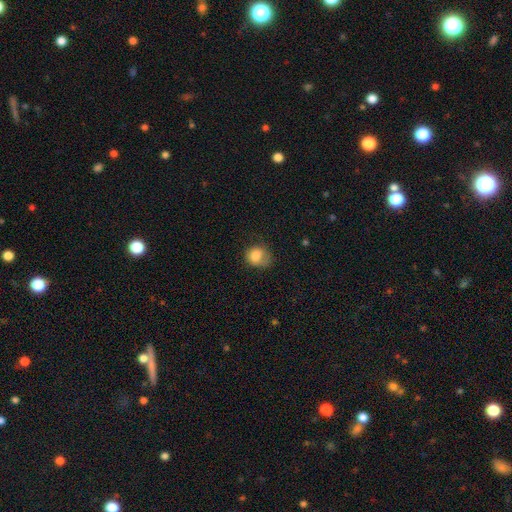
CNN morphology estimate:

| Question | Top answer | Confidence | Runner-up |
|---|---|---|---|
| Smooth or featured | smooth | 81% | featured or disk (10%) |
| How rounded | round | 62% | in between (37%) |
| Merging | none | 46% | minor disturbance (32%) |